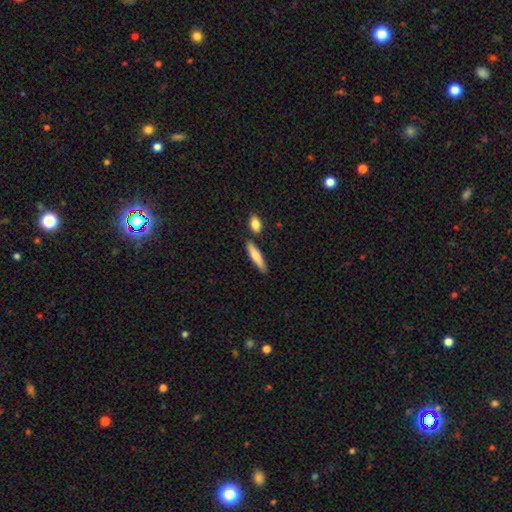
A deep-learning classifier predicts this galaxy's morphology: Q: Smooth or featured?
A: smooth (72%); runner-up: featured or disk (22%)
Q: How rounded?
A: cigar-shaped (81%); runner-up: in between (17%)
Q: Merging?
A: none (79%); runner-up: minor disturbance (11%)